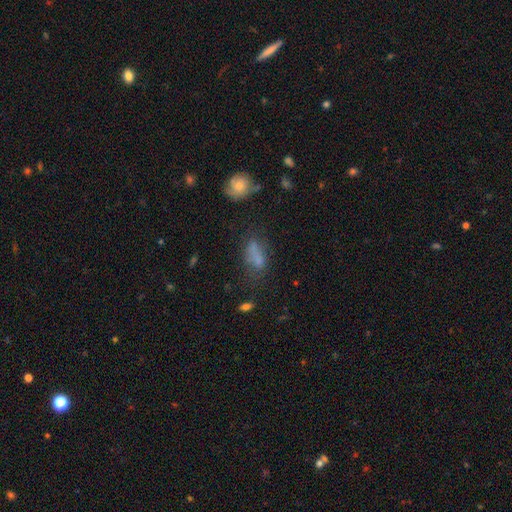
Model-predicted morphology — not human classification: smooth 65%, featured or disk 18%, star or artifact 18%. Down the decision tree: how rounded — in between (75%); merging — none (42%).